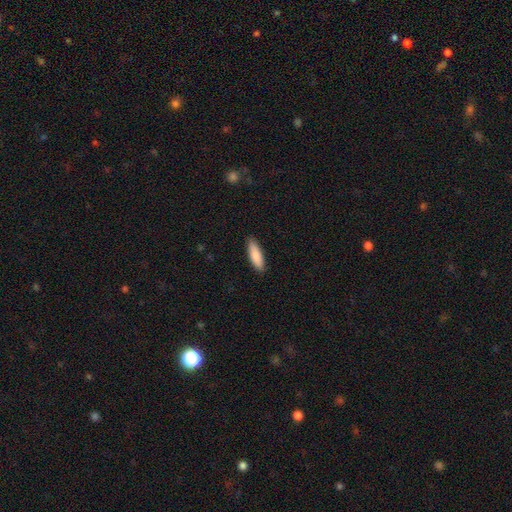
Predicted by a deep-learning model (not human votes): A smooth galaxy with no disk features (87%) that is in between round and cigar-shaped (50%).

Vote fractions:
- Smooth or featured? smooth: 87% / featured or disk: 8% / star or artifact: 5%
- How rounded? in between: 50% / cigar-shaped: 49% / round: 2%
- Merging? none: 88% / minor disturbance: 9% / major disturbance: 2% / merger: 1%